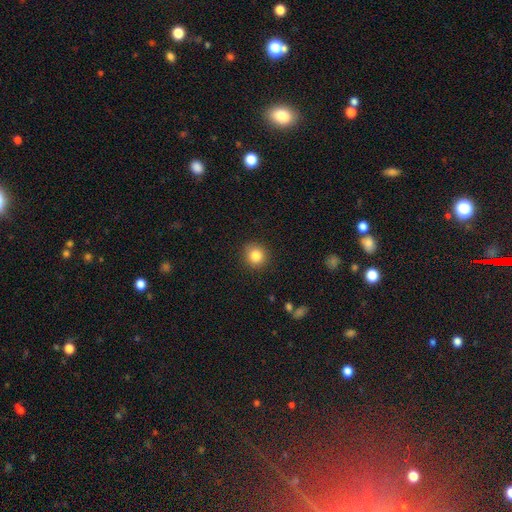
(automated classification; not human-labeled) A smooth galaxy with no disk features (84%) that is round (91%). Merging: none (90%).